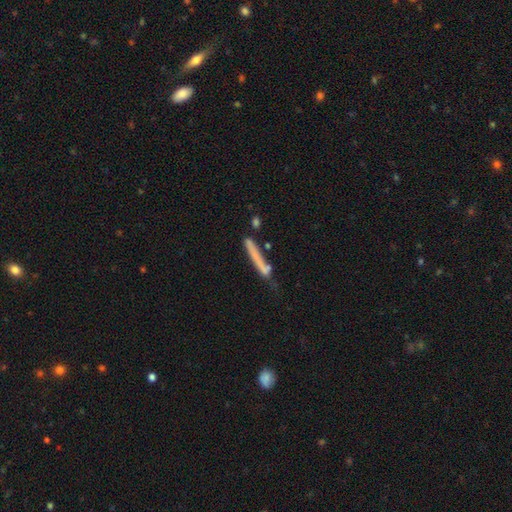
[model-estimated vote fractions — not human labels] The model was most divided on "smooth or featured": smooth: 59%, featured or disk: 32%, star or artifact: 9%. More confident: how rounded — cigar-shaped (94%); merging — none (52%).